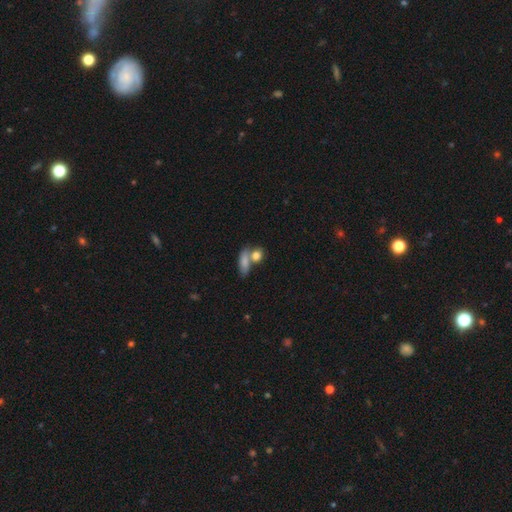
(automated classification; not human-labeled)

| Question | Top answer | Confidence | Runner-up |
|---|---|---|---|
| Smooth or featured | smooth | 79% | featured or disk (12%) |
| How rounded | round | 48% | in between (44%) |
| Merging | none | 43% | merger (42%) |